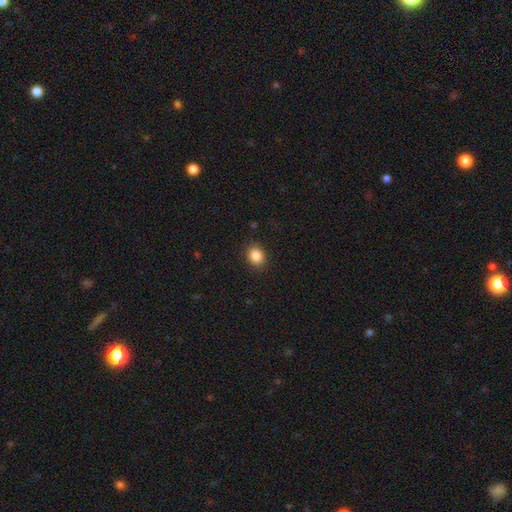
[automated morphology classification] The model was most divided on "how rounded": round: 56%, in between: 43%, cigar-shaped: 1%. More confident: merging — none (88%); smooth or featured — smooth (86%).